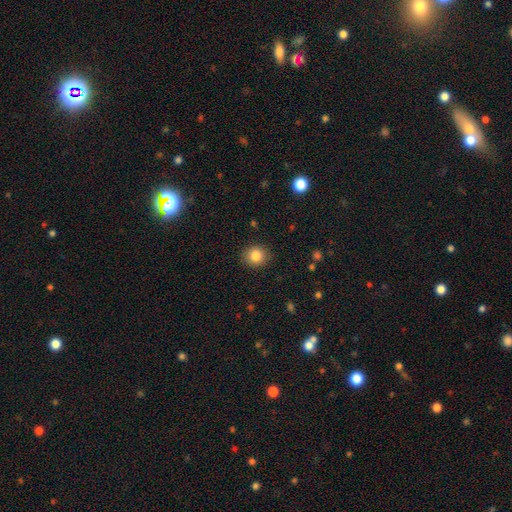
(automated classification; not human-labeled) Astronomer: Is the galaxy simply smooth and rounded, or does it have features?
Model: smooth — 84%.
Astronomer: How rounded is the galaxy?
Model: round — 82%.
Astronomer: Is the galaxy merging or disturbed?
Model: none — 90%.